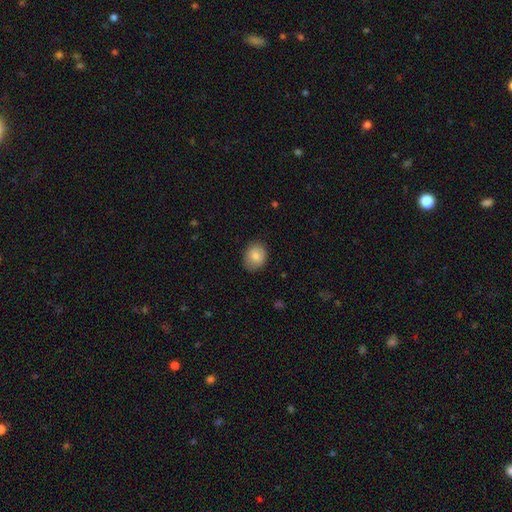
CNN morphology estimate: Smooth or featured?
  - smooth: 83% *
  - featured or disk: 10%
  - star or artifact: 7%
How rounded?
  - round: 53% *
  - in between: 46%
  - cigar-shaped: 1%
Merging?
  - none: 82% *
  - minor disturbance: 14%
  - major disturbance: 3%
  - merger: 1%